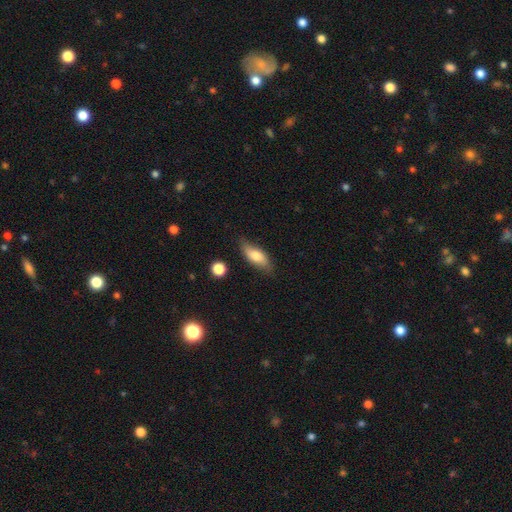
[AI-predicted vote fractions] smooth-or-featured: smooth: 72% | featured or disk: 22% | star or artifact: 7%
  how-rounded: in between: 75% | cigar-shaped: 22% | round: 3%
  merging: none: 75% | minor disturbance: 19% | major disturbance: 4% | merger: 2%